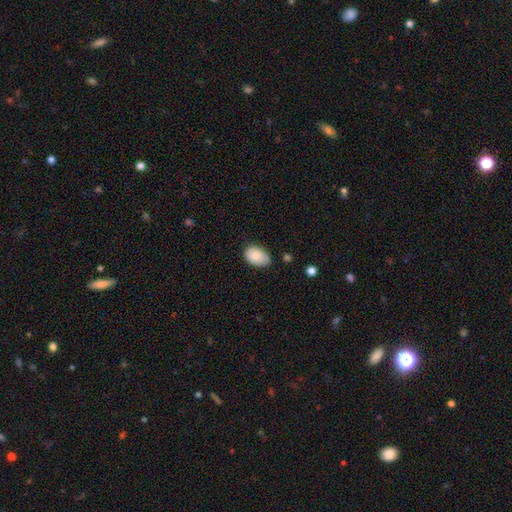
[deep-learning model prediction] Smooth or featured? Predicted: smooth (p=0.83). How rounded? Predicted: in between (p=0.86). Merging? Predicted: none (p=0.58).